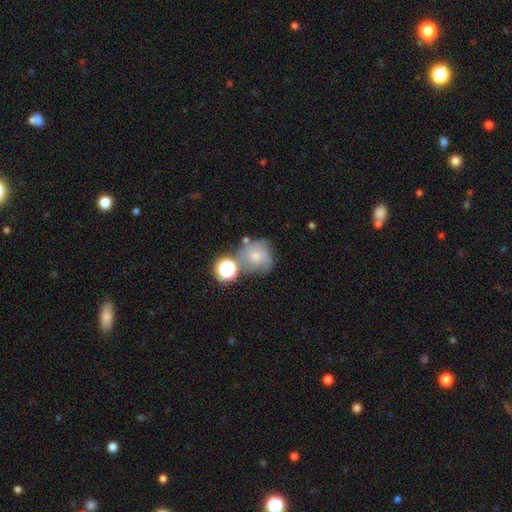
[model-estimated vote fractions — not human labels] Smooth or featured?
  - smooth: 52% *
  - featured or disk: 33%
  - star or artifact: 15%
How rounded?
  - round: 81% *
  - in between: 18%
  - cigar-shaped: 1%
Merging?
  - none: 49% *
  - minor disturbance: 21%
  - merger: 19%
  - major disturbance: 12%